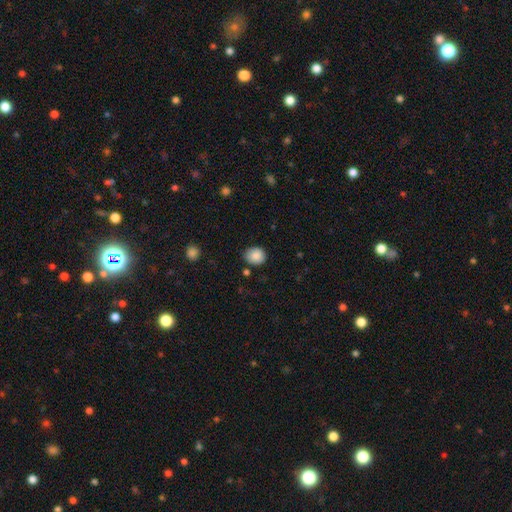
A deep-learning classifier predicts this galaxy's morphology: Smooth or featured: smooth — 87% (star or artifact — 9%)
How rounded: round — 70% (in between — 29%)
Merging: none — 76% (minor disturbance — 18%)